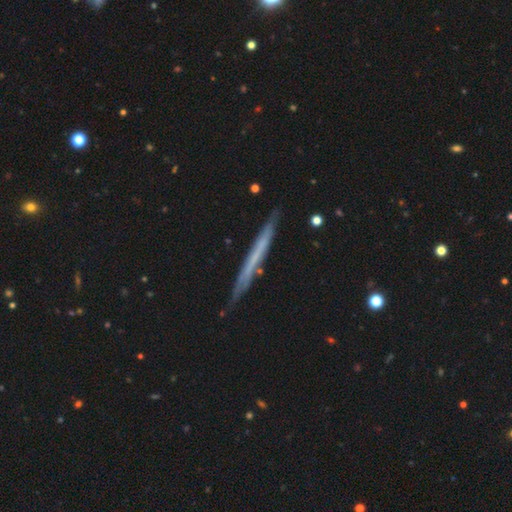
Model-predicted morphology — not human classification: Smooth or featured?
  - featured or disk: 53% *
  - smooth: 40%
  - star or artifact: 7%
Edge-on disk?
  - yes: 94% *
  - no: 6%
Merging?
  - none: 85% *
  - minor disturbance: 12%
  - major disturbance: 2%
  - merger: 2%